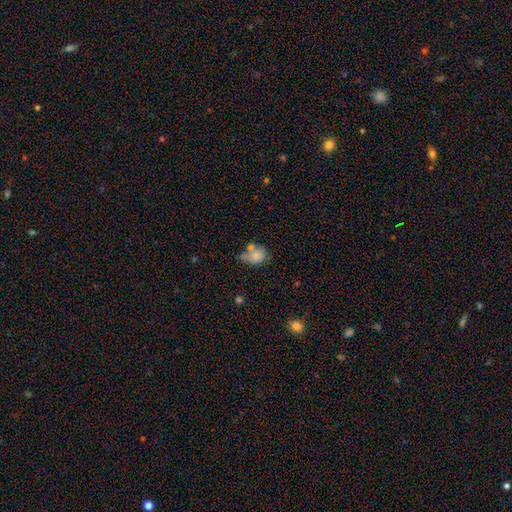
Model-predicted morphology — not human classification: The model was most divided on "how rounded" (2-way tie): round: 49%, in between: 49%, cigar-shaped: 1%. Remaining: smooth or featured — smooth (73%); merging — merger (33%).